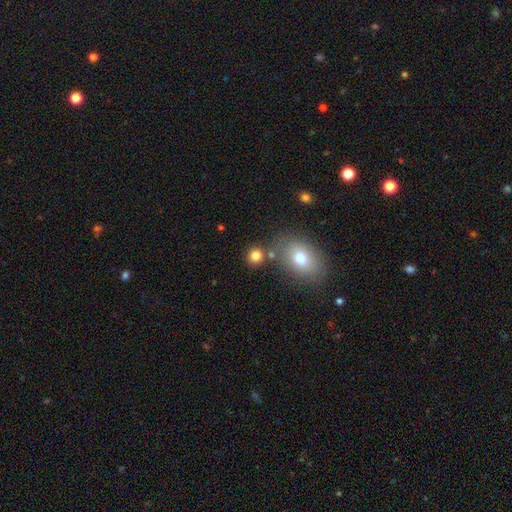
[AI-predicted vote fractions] Smooth or featured?
  - smooth: 81% *
  - star or artifact: 12%
  - featured or disk: 7%
How rounded?
  - round: 82% *
  - in between: 17%
  - cigar-shaped: 1%
Merging?
  - none: 73% *
  - merger: 14%
  - minor disturbance: 9%
  - major disturbance: 4%